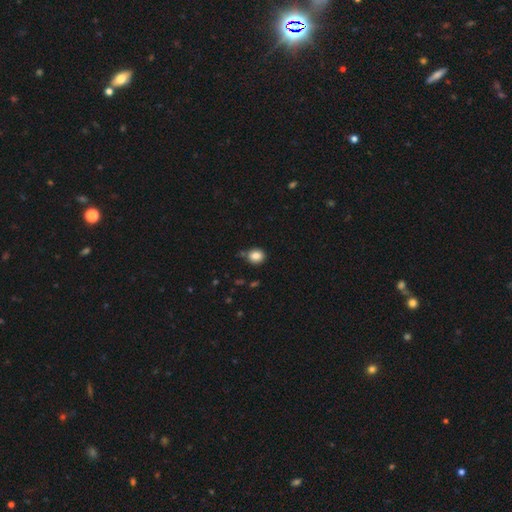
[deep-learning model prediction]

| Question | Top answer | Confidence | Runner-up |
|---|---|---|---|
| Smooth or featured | smooth | 84% | star or artifact (10%) |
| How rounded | round | 74% | in between (25%) |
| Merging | none | 77% | minor disturbance (14%) |